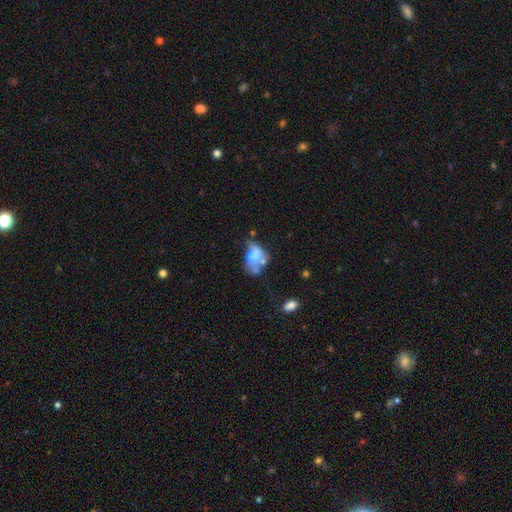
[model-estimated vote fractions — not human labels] featured or disk 48%, smooth 41%, star or artifact 11%. Down the decision tree: merging — merger (38%).